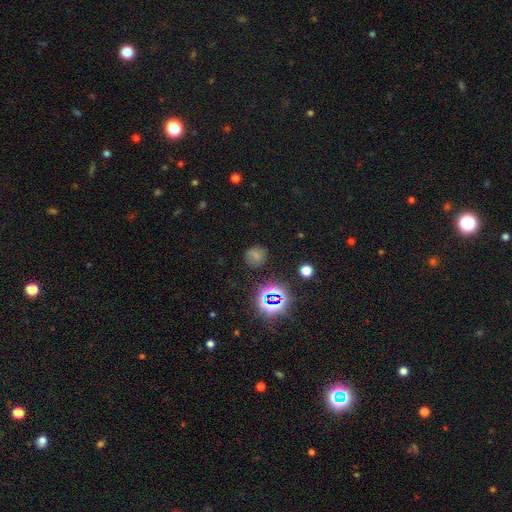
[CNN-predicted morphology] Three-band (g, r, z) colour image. It shows a smooth galaxy with no disk features (59%) that is round (80%). Merging: none (79%).